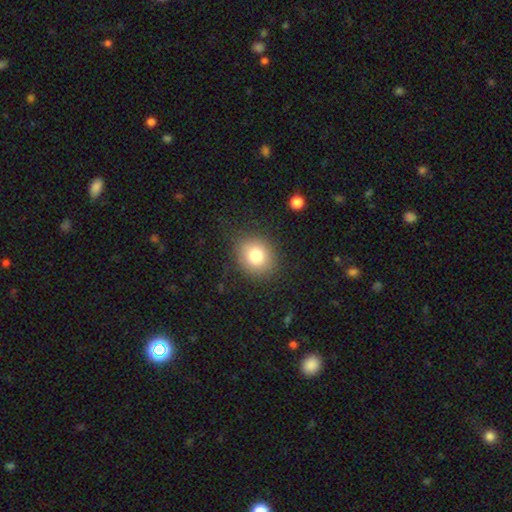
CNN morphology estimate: smooth-or-featured: smooth: 79% | star or artifact: 10% | featured or disk: 10%
  how-rounded: round: 66% | in between: 33% | cigar-shaped: 1%
  merging: none: 83% | minor disturbance: 11% | major disturbance: 4% | merger: 1%